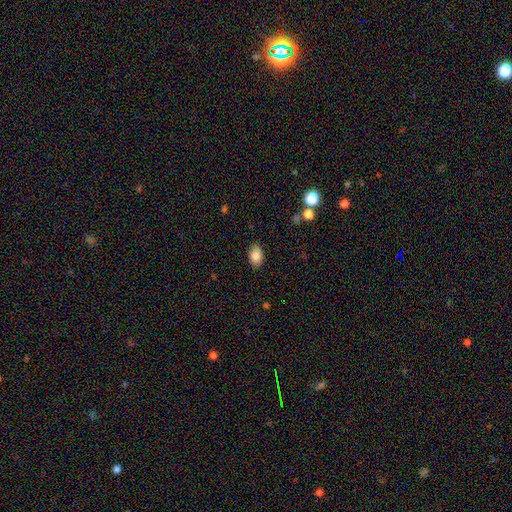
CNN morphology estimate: A smooth galaxy with no disk features (84%) that is in between round and cigar-shaped (87%).

Vote fractions:
- Smooth or featured? smooth: 84% / featured or disk: 8% / star or artifact: 8%
- How rounded? in between: 87% / round: 12% / cigar-shaped: 1%
- Merging? none: 87% / minor disturbance: 9% / major disturbance: 2% / merger: 1%